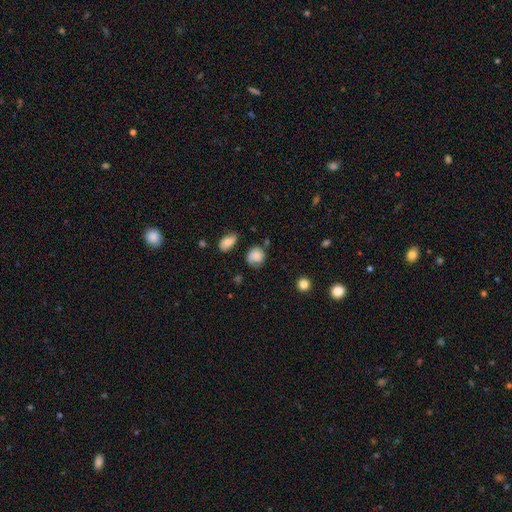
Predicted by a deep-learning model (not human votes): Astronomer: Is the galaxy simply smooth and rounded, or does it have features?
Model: smooth — 76%.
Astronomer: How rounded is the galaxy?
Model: round — 74%.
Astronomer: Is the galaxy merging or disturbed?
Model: none — 60%.